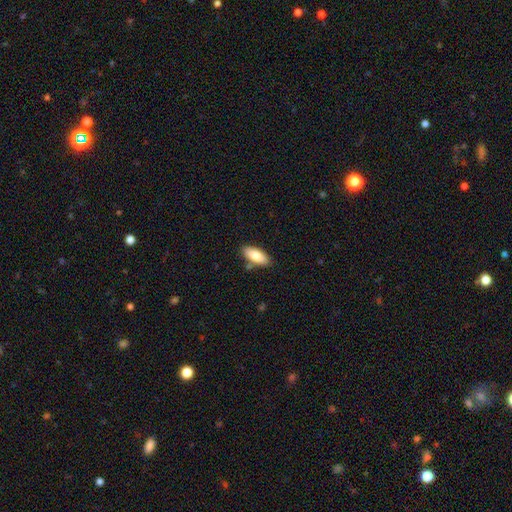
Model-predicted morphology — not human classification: The model was most divided on "smooth or featured": smooth: 80%, featured or disk: 13%, star or artifact: 6%. More confident: how rounded — in between (84%); merging — none (81%).